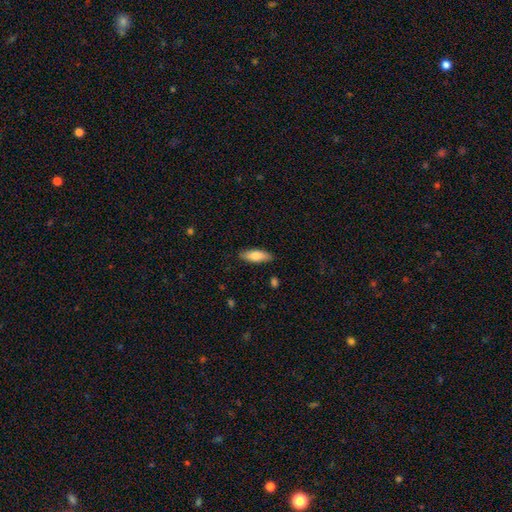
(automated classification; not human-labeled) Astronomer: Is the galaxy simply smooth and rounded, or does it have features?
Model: smooth — 77%.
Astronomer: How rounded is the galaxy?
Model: in between — 64%.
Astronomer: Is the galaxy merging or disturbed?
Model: none — 86%.